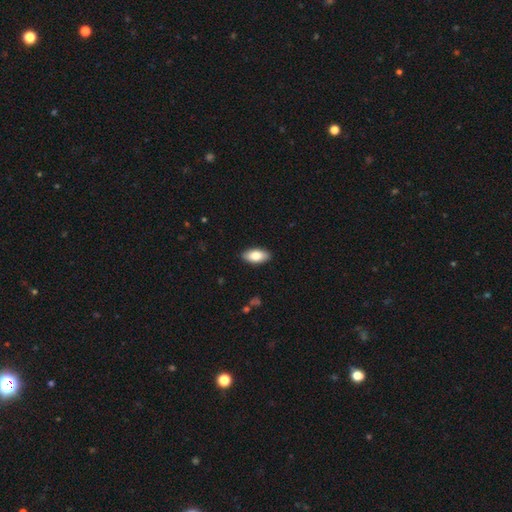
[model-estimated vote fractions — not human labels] A smooth galaxy with no disk features (82%) that is in between round and cigar-shaped (93%). Merging: none (89%).